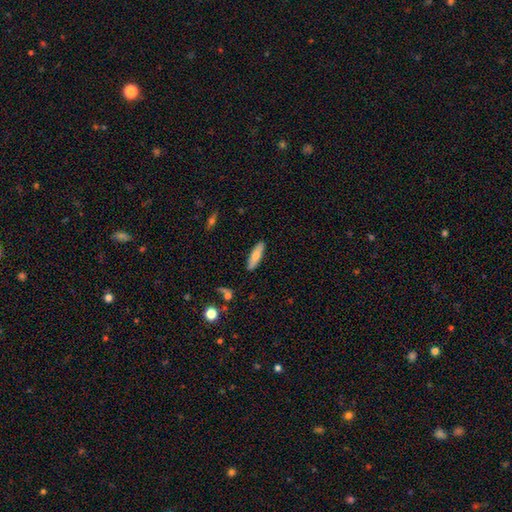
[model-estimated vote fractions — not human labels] Smooth or featured: smooth — 69% (featured or disk — 24%)
How rounded: cigar-shaped — 62% (in between — 36%)
Merging: none — 89% (minor disturbance — 8%)